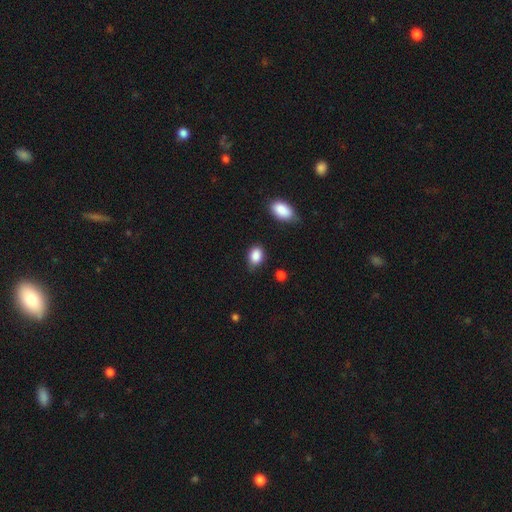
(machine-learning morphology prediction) type=smooth (87%); roundness=in between (76%); merging=none (67%).